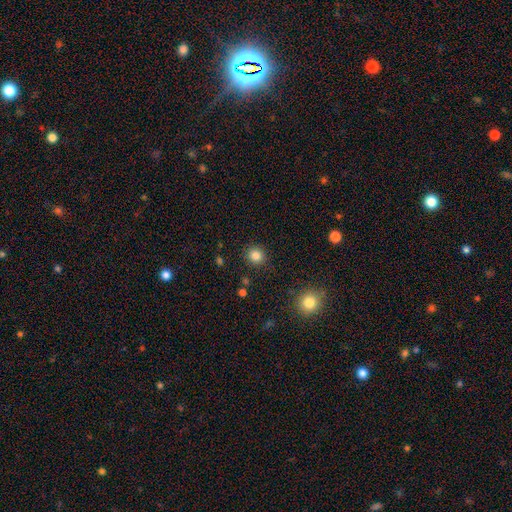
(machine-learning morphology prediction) smooth-or-featured: smooth: 84% | star or artifact: 12% | featured or disk: 5%
  how-rounded: round: 88% | in between: 11% | cigar-shaped: 1%
  merging: none: 89% | minor disturbance: 7% | major disturbance: 3% | merger: 2%